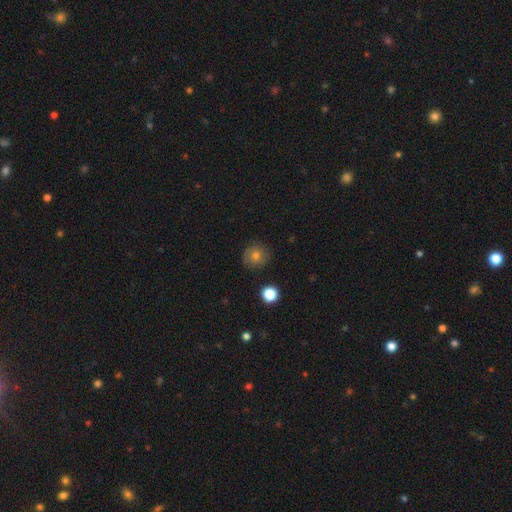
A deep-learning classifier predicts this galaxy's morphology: smooth-or-featured: smooth: 68% | featured or disk: 20% | star or artifact: 13%
  how-rounded: round: 89% | in between: 10% | cigar-shaped: 1%
  merging: none: 83% | minor disturbance: 12% | major disturbance: 3% | merger: 1%